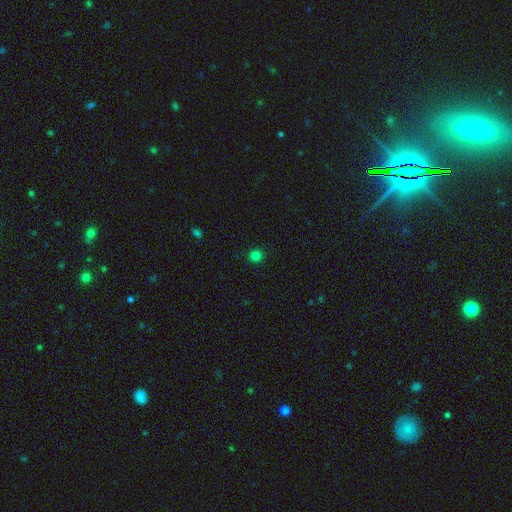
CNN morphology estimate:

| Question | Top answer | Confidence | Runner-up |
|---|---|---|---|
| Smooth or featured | smooth | 81% | star or artifact (16%) |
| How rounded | round | 93% | in between (6%) |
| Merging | none | 92% | minor disturbance (5%) |